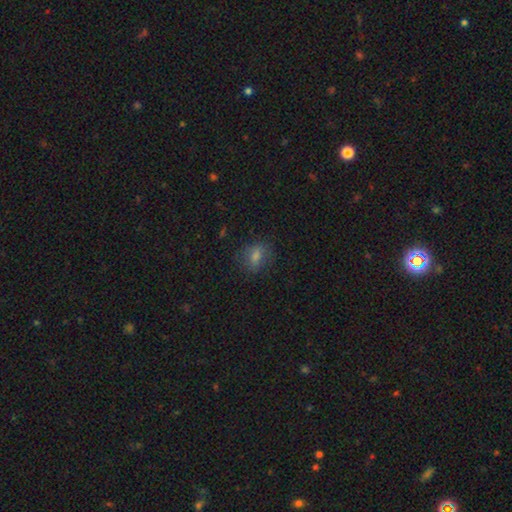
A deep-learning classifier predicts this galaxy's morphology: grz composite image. It shows a smooth galaxy with no disk features (68%) that is in between round and cigar-shaped (60%). Merging: none (79%).